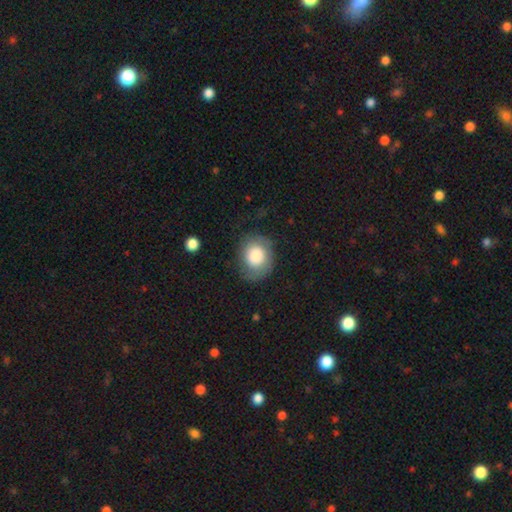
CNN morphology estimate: Overall: smooth (74%). How rounded: round (68%; in between 31%). Merging: none (63%).